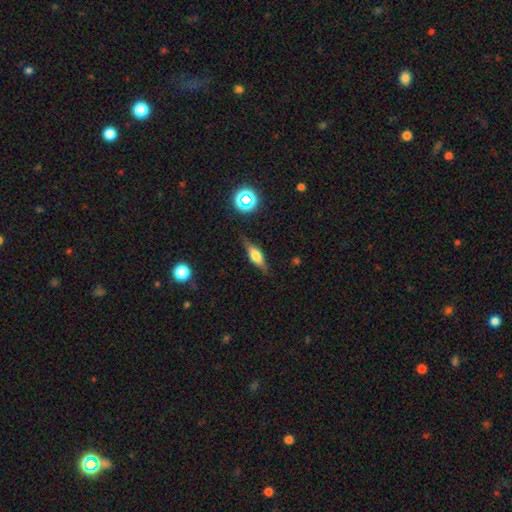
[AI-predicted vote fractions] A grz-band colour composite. It shows a smooth galaxy with no disk features (45%, tied with featured or disk). Merging: none (80%).